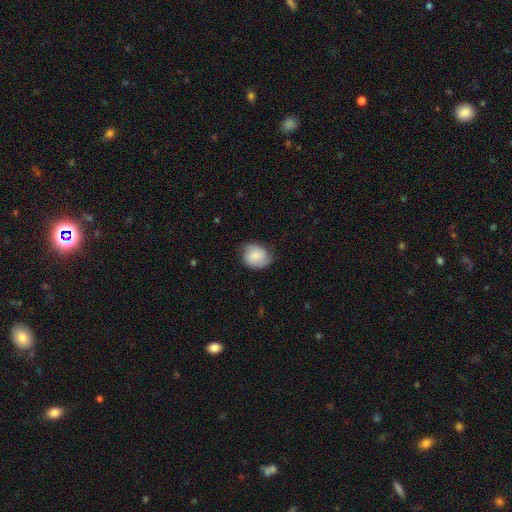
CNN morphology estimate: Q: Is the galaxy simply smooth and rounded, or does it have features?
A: smooth — 71%.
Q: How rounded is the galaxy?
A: round — 50%.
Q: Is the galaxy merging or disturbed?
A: none — 66%.